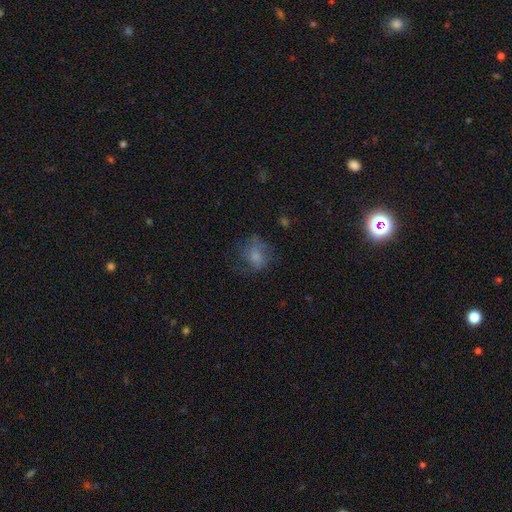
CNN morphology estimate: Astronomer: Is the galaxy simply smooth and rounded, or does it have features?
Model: smooth — 65%.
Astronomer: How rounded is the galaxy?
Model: round — 59% (runner-up: in between, 40%).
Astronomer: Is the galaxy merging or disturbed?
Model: none — 52%.